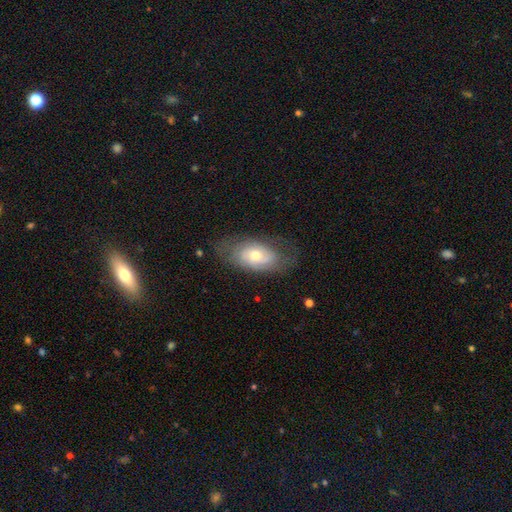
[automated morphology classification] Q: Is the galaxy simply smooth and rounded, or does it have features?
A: featured or disk — 49%.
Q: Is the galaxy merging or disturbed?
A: none — 66%.